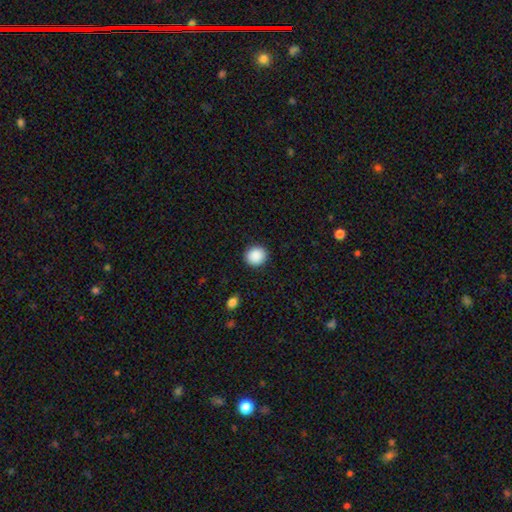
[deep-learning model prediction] This is clearly a smooth galaxy (89%). How rounded: clearly round (88%). Merging: clearly none (91%).